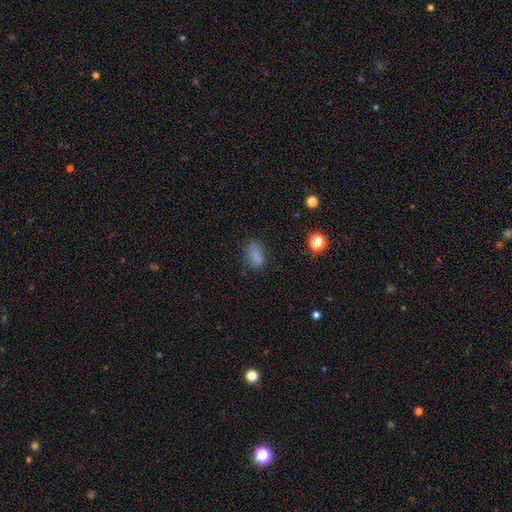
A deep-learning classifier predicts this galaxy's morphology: smooth-or-featured: smooth: 76% | star or artifact: 16% | featured or disk: 7%
  how-rounded: in between: 86% | round: 11% | cigar-shaped: 4%
  merging: none: 63% | minor disturbance: 23% | major disturbance: 10% | merger: 3%